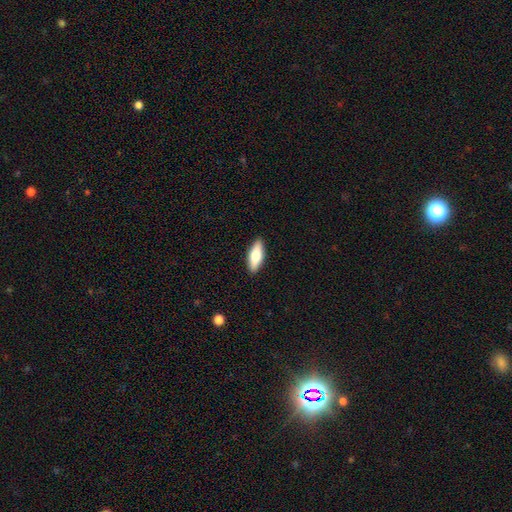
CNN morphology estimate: This is likely a smooth galaxy (69%). How rounded: likely in between (66%). Merging: clearly none (90%).